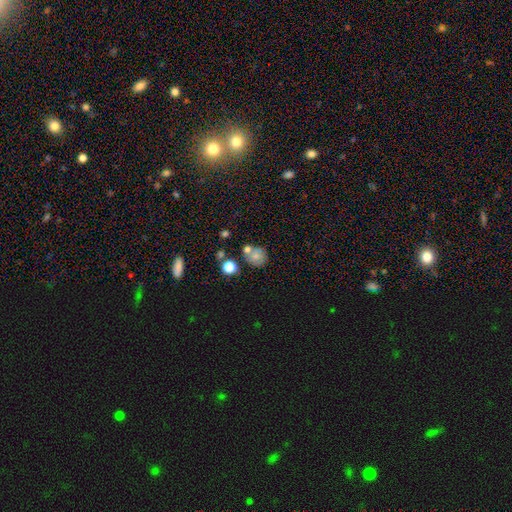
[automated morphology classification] The model was most divided on "merging": none: 54%, merger: 26%, minor disturbance: 14%, major disturbance: 6%. More confident: how rounded — round (77%); smooth or featured — smooth (65%).